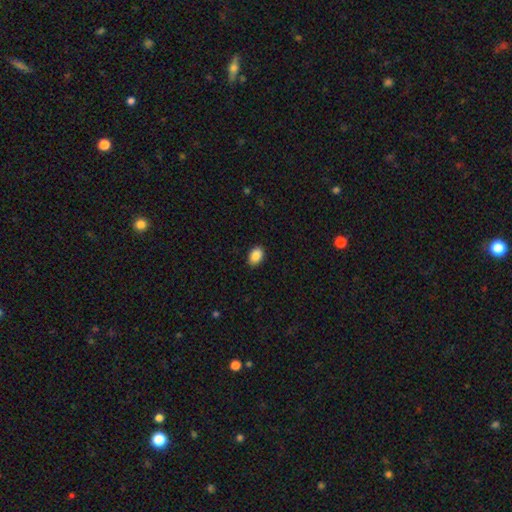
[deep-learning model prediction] smooth-or-featured: smooth: 89% | star or artifact: 7% | featured or disk: 3%
  how-rounded: in between: 83% | round: 16% | cigar-shaped: 1%
  merging: none: 89% | minor disturbance: 8% | major disturbance: 2% | merger: 1%